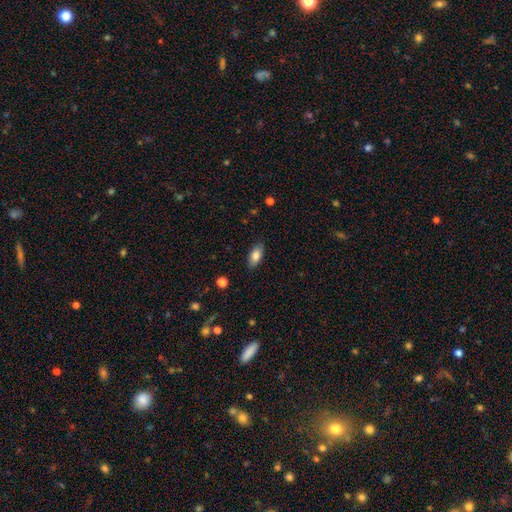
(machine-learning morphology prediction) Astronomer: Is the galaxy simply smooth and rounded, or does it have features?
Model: smooth — 80%.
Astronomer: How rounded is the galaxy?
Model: in between — 90%.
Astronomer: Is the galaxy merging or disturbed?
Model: none — 87%.